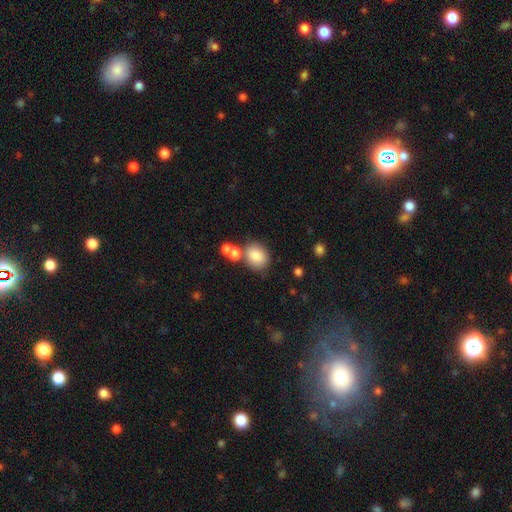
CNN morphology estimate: smooth-or-featured: smooth: 82% | star or artifact: 9% | featured or disk: 8%
  how-rounded: in between: 51% | round: 48% | cigar-shaped: 1%
  merging: none: 64% | merger: 19% | minor disturbance: 13% | major disturbance: 5%